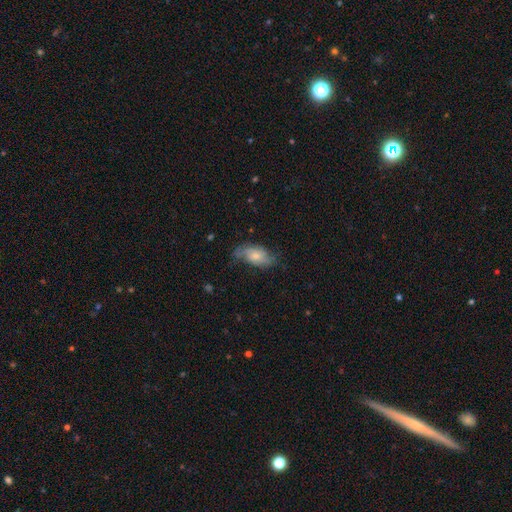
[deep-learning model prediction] Q: Smooth or featured?
A: featured or disk (46%); tied with: smooth (46%)
Q: Merging?
A: none (56%); runner-up: minor disturbance (29%)